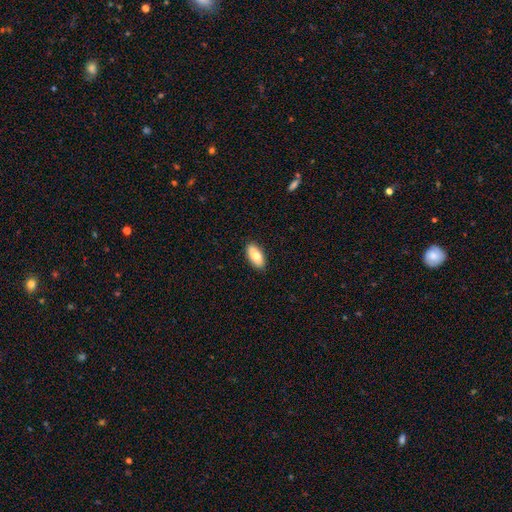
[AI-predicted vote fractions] A smooth galaxy with no disk features (76%) that is in between round and cigar-shaped (89%).

Vote fractions:
- Smooth or featured? smooth: 76% / featured or disk: 18% / star or artifact: 6%
- How rounded? in between: 89% / cigar-shaped: 8% / round: 3%
- Merging? none: 89% / minor disturbance: 8% / major disturbance: 2% / merger: 1%